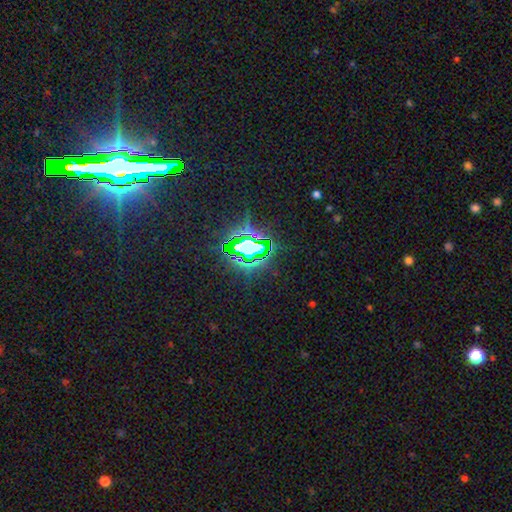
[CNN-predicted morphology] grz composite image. It shows a star or artifact, not a galaxy (81%).